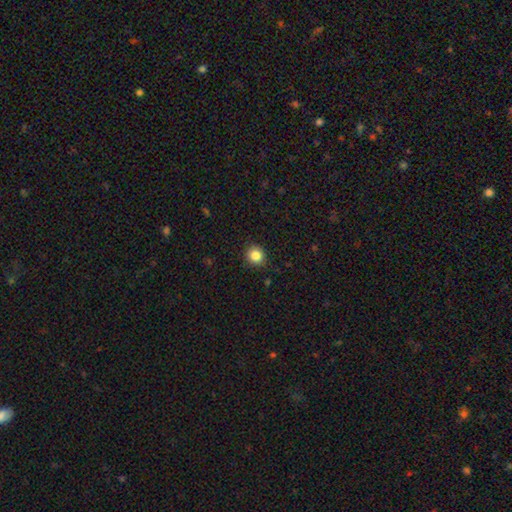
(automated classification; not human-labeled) Smooth or featured?
  - smooth: 85% *
  - star or artifact: 10%
  - featured or disk: 5%
How rounded?
  - round: 88% *
  - in between: 12%
  - cigar-shaped: 1%
Merging?
  - none: 90% *
  - minor disturbance: 7%
  - major disturbance: 2%
  - merger: 1%